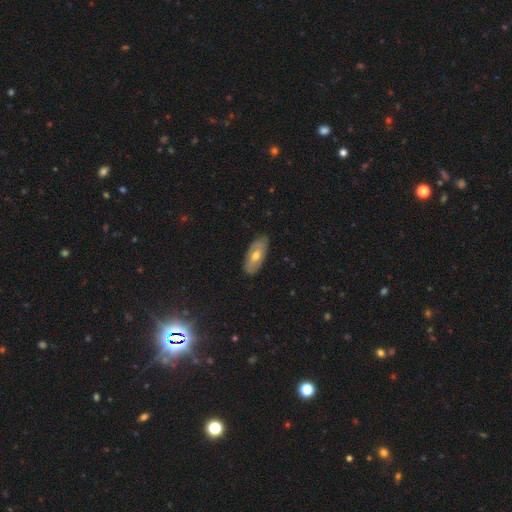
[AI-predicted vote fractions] The model was most divided on "smooth or featured": smooth: 51%, featured or disk: 42%, star or artifact: 7%. More confident: how rounded — in between (86%); merging — none (83%).